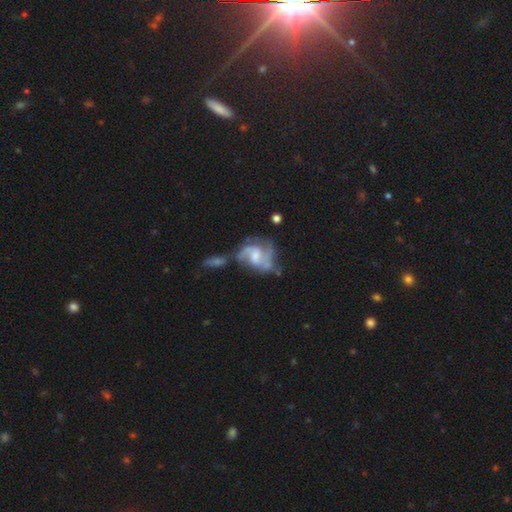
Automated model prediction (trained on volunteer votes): A featured or disk galaxy (75%) with a weak bar (46%), 2 (62%) medium (46%) spiral arms (87%) and a moderate central bulge (43%).

Vote fractions:
- Smooth or featured? featured or disk: 75% / smooth: 18% / star or artifact: 7%
- Edge-on disk? no: 97% / yes: 3%
- Bar? weak: 46% / no: 44% / strong: 10%
- Spiral arms? yes: 87% / no: 13%
- Spiral winding? medium: 46% / loose: 35% / tight: 18%
- Spiral arm count? 2: 62% / can't tell: 16% / 3: 11% / 1: 7% / 4: 2% / more than 4: 2%
- Bulge size? moderate: 43% / small: 29% / none: 16% / large: 11% / dominant: 2%
- Merging? none: 30% / major disturbance: 26% / merger: 24% / minor disturbance: 20%